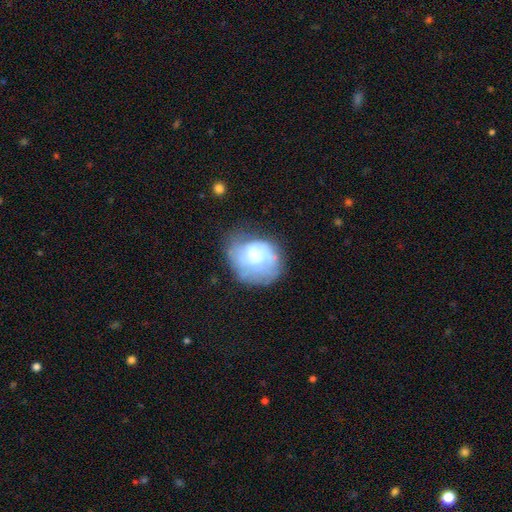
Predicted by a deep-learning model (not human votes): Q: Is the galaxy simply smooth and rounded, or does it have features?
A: smooth — 46%.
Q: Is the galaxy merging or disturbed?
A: none — 41%.